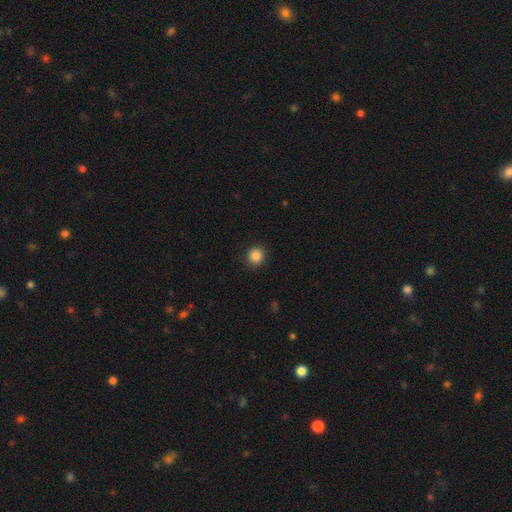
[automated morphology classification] Smooth or featured? smooth (86%)
How rounded? round (91%)
Merging? none (91%)